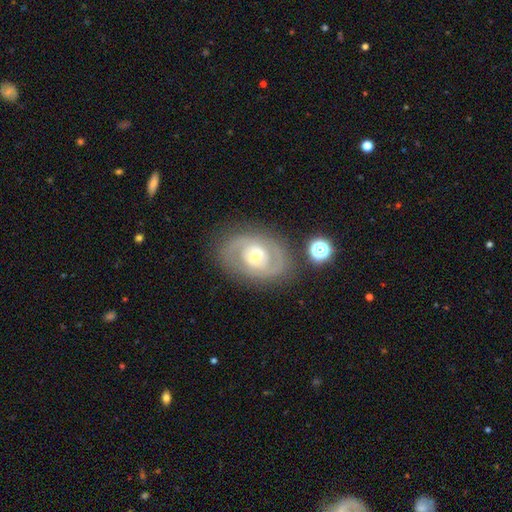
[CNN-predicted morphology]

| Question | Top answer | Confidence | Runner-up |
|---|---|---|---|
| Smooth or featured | featured or disk | 78% | smooth (15%) |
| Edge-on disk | no | 96% | yes (4%) |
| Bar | no | 56% | weak (34%) |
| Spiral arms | yes | 81% | no (19%) |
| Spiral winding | tight | 45% | medium (42%) |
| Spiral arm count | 2 | 77% | can't tell (14%) |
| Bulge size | moderate | 60% | small (31%) |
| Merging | none | 78% | minor disturbance (13%) |